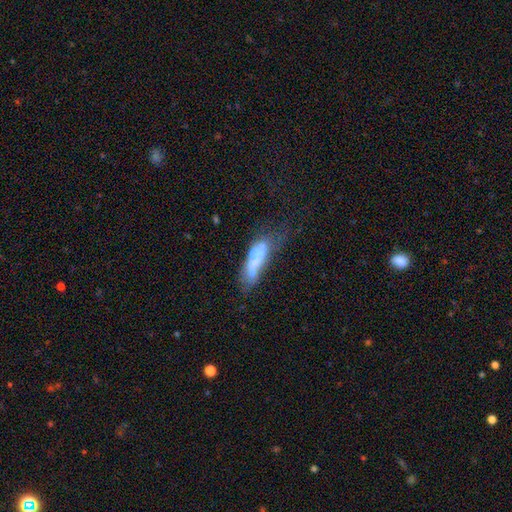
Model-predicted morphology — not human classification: Smooth or featured? Predicted: featured or disk (p=0.47). Merging? Predicted: merger (p=0.29).